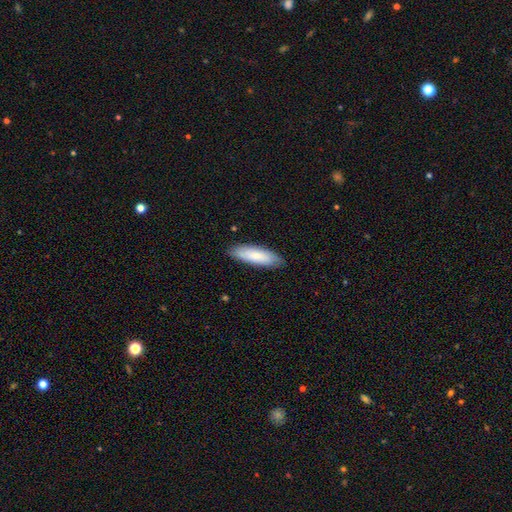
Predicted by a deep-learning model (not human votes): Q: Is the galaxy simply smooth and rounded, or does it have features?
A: smooth — 74%.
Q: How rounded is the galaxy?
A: cigar-shaped — 49%, tied with in between.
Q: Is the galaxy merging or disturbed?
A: none — 86%.